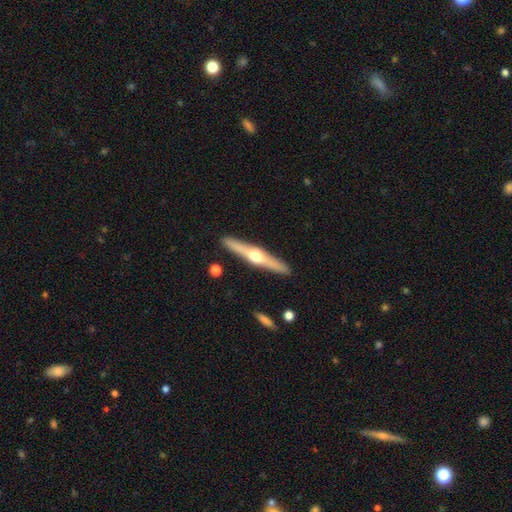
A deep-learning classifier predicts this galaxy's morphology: Smooth or featured?
  - featured or disk: 73% *
  - smooth: 22%
  - star or artifact: 5%
Edge-on disk?
  - yes: 97% *
  - no: 3%
Edge-on bulge?
  - rounded: 95% *
  - boxy: 3%
  - none: 2%
Merging?
  - none: 90% *
  - minor disturbance: 7%
  - merger: 2%
  - major disturbance: 1%